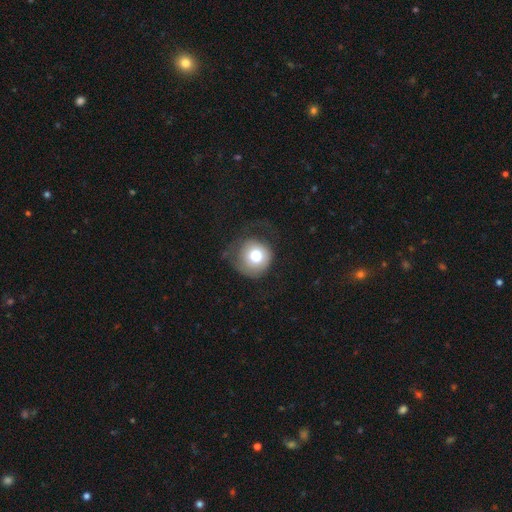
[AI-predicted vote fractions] A smooth galaxy with no disk features (71%) that is round (92%). Merging: none (52%).